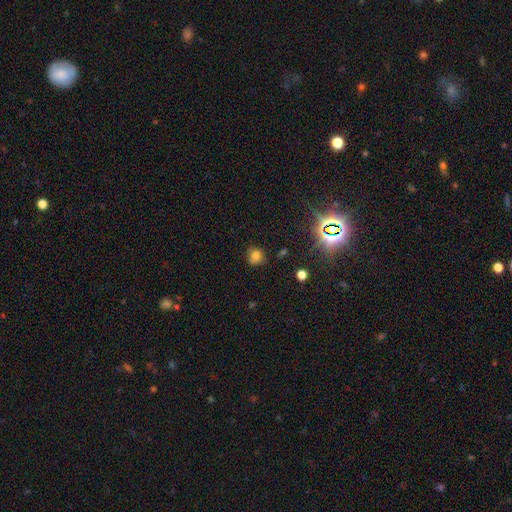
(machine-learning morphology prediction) Smooth or featured: smooth — 72% (star or artifact — 19%)
How rounded: round — 79% (in between — 20%)
Merging: none — 72% (minor disturbance — 18%)